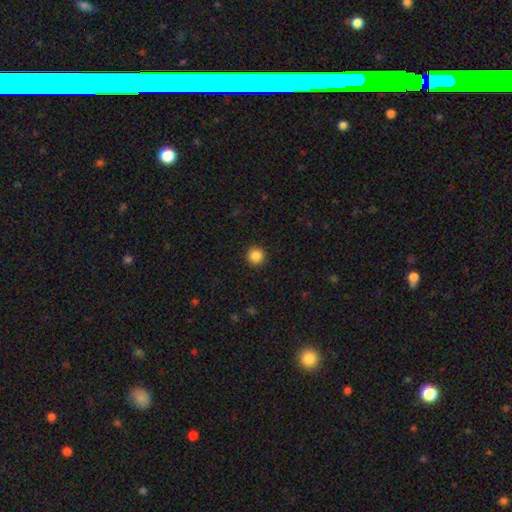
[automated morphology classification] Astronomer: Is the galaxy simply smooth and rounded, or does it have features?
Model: smooth — 87%.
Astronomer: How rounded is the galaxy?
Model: round — 96%.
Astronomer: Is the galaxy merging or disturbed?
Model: none — 93%.